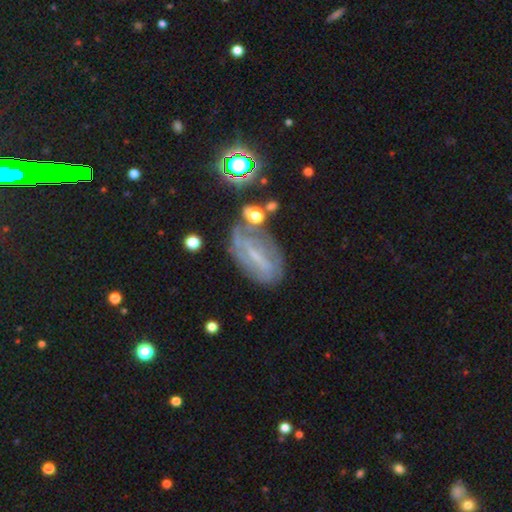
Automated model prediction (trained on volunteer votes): Morphology: type=featured or disk (58%); edge-on=no (86%); merging=none (56%).